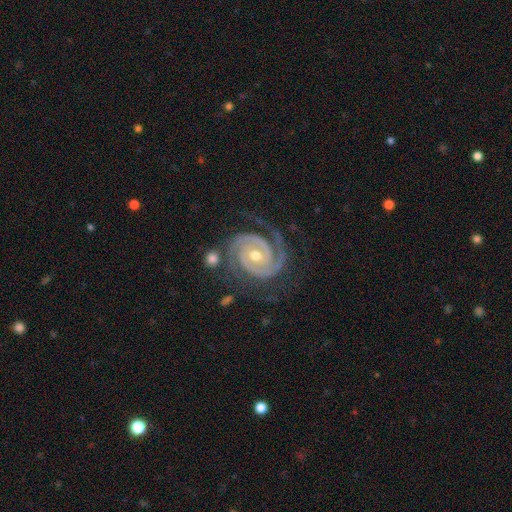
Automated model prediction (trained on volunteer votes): Overall: featured or disk (93%). Edge-on disk: no (98%). Bar: no (58%; weak 27%). Spiral arms: yes (99%). Spiral arm count: 2 (80%). Spiral winding: tight (76%). Bulge size: moderate (63%; small 33%). Merging: none (74%).